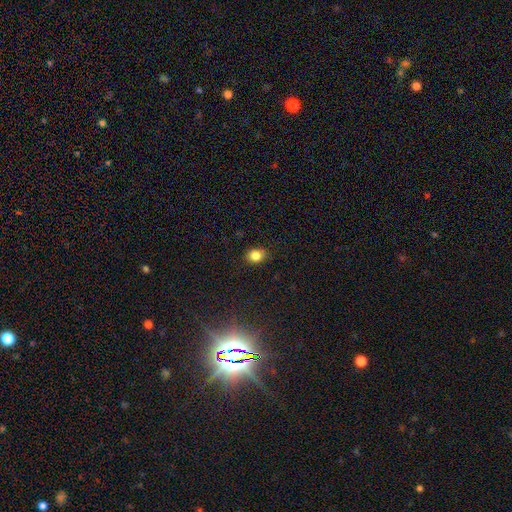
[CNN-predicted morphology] Q: Smooth or featured?
A: smooth (82%); runner-up: star or artifact (12%)
Q: How rounded?
A: round (56%); runner-up: in between (43%)
Q: Merging?
A: none (85%); runner-up: minor disturbance (11%)